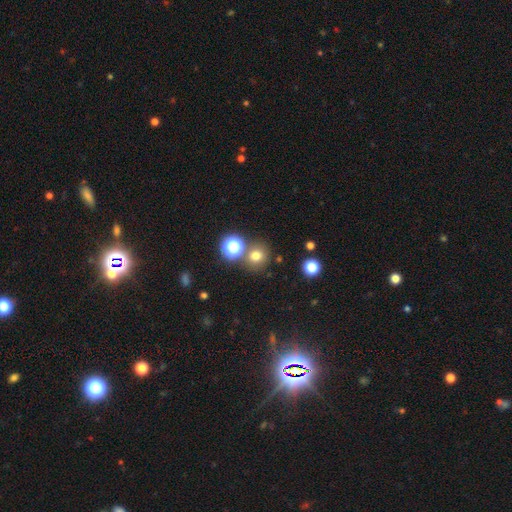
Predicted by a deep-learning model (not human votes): Smooth or featured: smooth — 72% (star or artifact — 20%)
How rounded: round — 86% (in between — 13%)
Merging: none — 75% (merger — 13%)